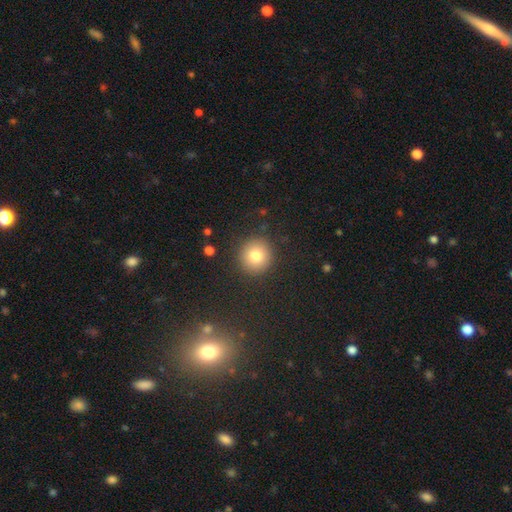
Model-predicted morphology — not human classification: Q: Smooth or featured?
A: smooth (79%); runner-up: star or artifact (12%)
Q: How rounded?
A: round (93%); runner-up: in between (6%)
Q: Merging?
A: none (90%); runner-up: minor disturbance (6%)